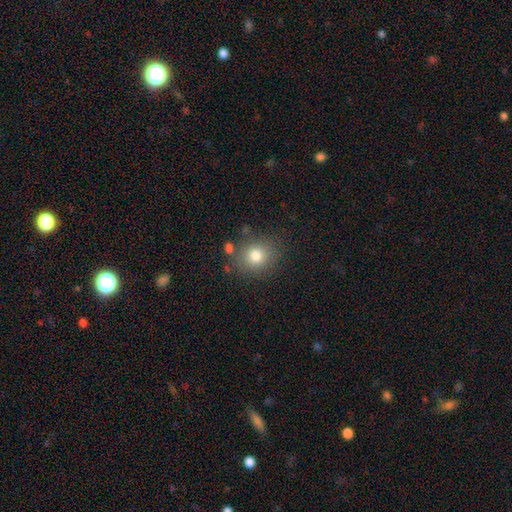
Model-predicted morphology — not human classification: Smooth or featured?
  - smooth: 78% *
  - star or artifact: 12%
  - featured or disk: 9%
How rounded?
  - round: 78% *
  - in between: 21%
  - cigar-shaped: 1%
Merging?
  - none: 80% *
  - minor disturbance: 12%
  - merger: 4%
  - major disturbance: 4%